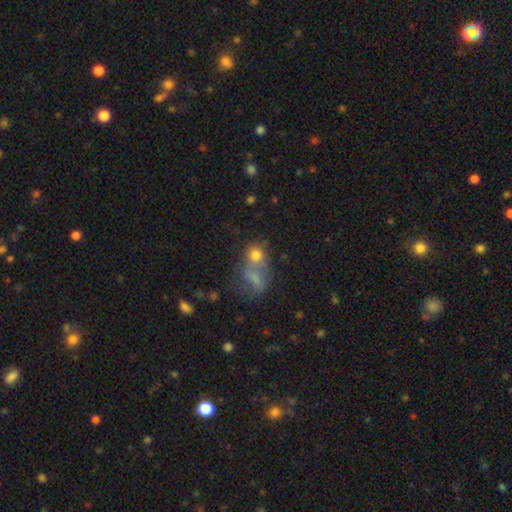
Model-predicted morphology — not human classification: Smooth or featured? smooth (70%)
How rounded? round (61%)
Merging? merger (50%)